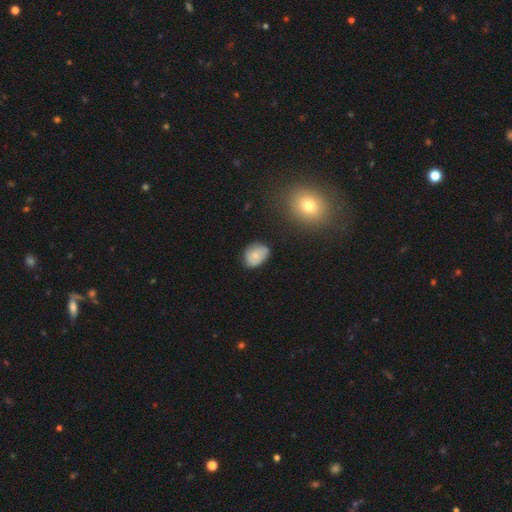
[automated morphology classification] This appears to be a smooth galaxy with no disk features (65%) that is in between round and cigar-shaped (70%). Merging: none (66%).